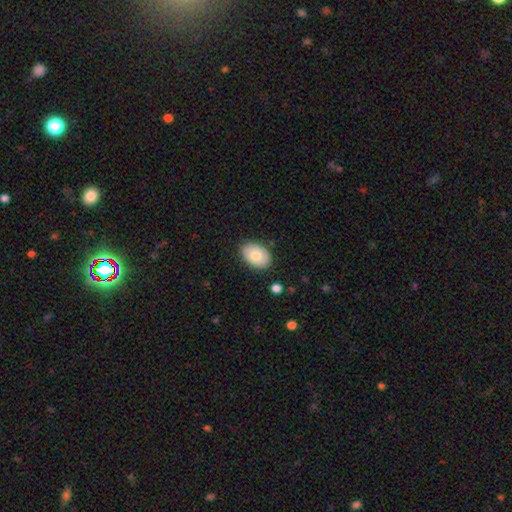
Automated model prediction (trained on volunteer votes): smooth_or_featured: smooth (p=0.76) [alt: featured or disk p=0.18]
how_rounded: in between (p=0.85) [alt: round p=0.14]
merging: none (p=0.86) [alt: minor disturbance p=0.11]